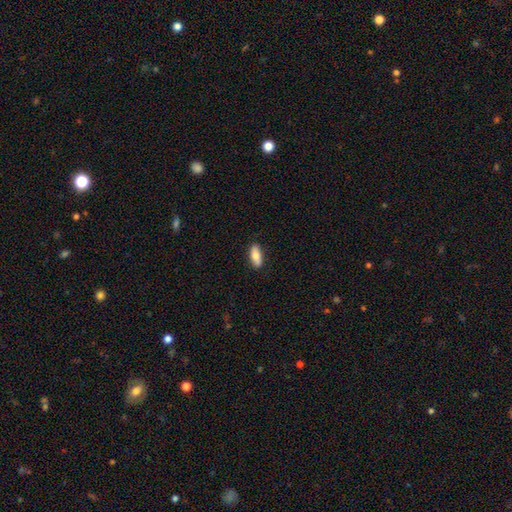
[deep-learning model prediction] A smooth galaxy with no disk features (77%) that is in between round and cigar-shaped (77%).

Vote fractions:
- Smooth or featured? smooth: 77% / featured or disk: 17% / star or artifact: 6%
- How rounded? in between: 77% / cigar-shaped: 20% / round: 3%
- Merging? none: 86% / minor disturbance: 11% / major disturbance: 2% / merger: 1%